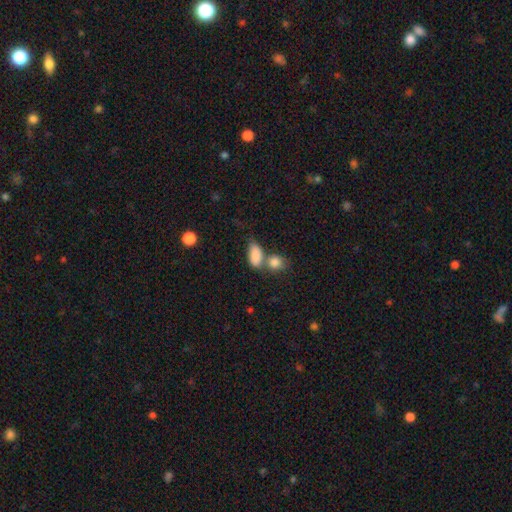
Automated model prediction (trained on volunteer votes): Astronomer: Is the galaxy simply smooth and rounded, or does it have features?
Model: smooth — 86%.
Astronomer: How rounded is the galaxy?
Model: in between — 87%.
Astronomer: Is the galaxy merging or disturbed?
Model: merger — 47% (runner-up: none, 33%).